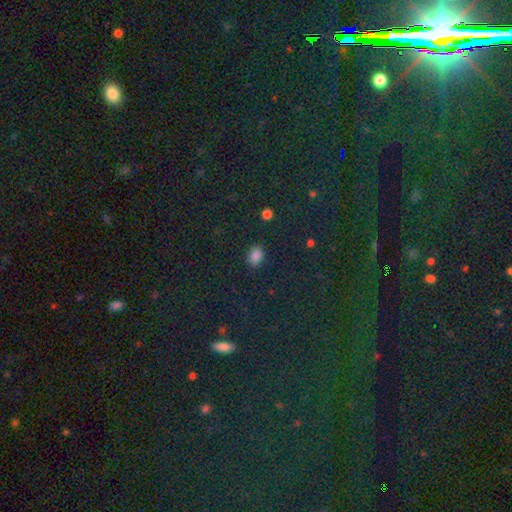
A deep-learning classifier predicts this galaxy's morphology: smooth_or_featured: smooth (p=0.84) [alt: star or artifact p=0.12]
how_rounded: in between (p=0.70) [alt: round p=0.29]
merging: none (p=0.85) [alt: minor disturbance p=0.10]